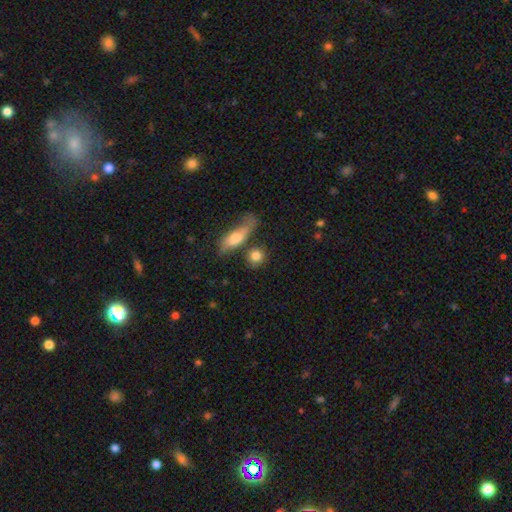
Smooth or featured? smooth (83%)
How rounded? round (70%)
Merging? none (59%)